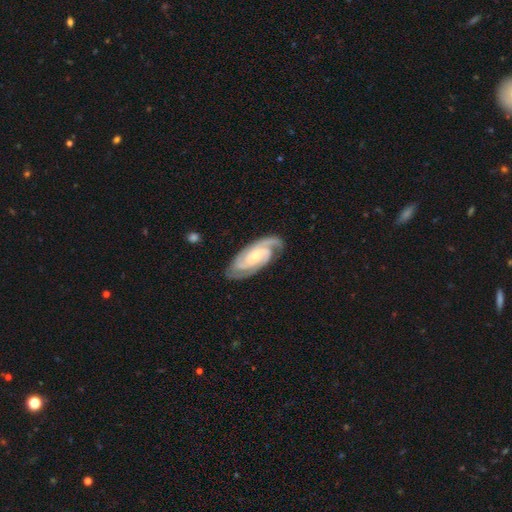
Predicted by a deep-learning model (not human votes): Morphology: type=featured or disk (90%); edge-on=no (96%); bar=no (60%); spiral arms=yes (98%); winding=tight (65%); arm count=2 (46%); bulge=small (61%); merging=none (81%).